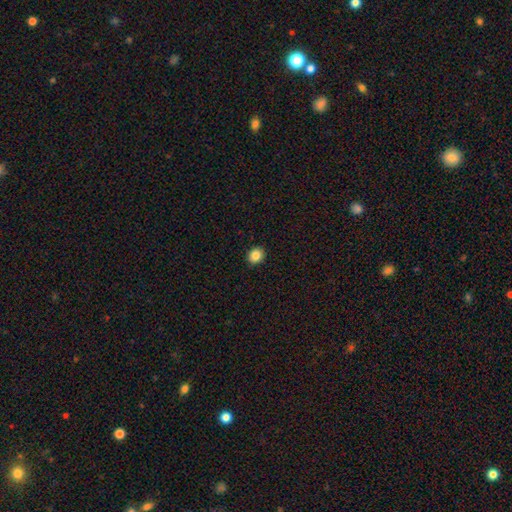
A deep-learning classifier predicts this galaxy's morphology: Overall: smooth (85%). How rounded: round (66%; in between 33%). Merging: none (92%).